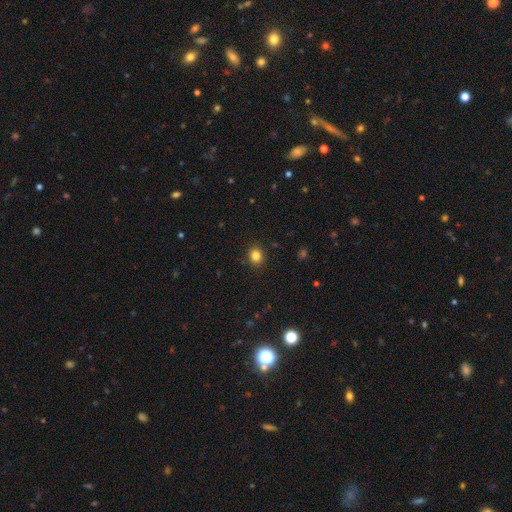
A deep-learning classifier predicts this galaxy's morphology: smooth_or_featured: smooth (p=0.84) [alt: star or artifact p=0.11]
how_rounded: round (p=0.62) [alt: in between p=0.37]
merging: none (p=0.89) [alt: minor disturbance p=0.08]